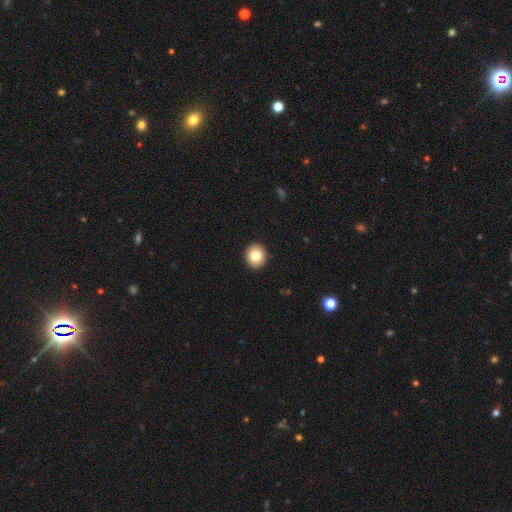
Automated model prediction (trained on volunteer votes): Morphology: type=smooth (81%); roundness=round (69%); merging=none (92%).